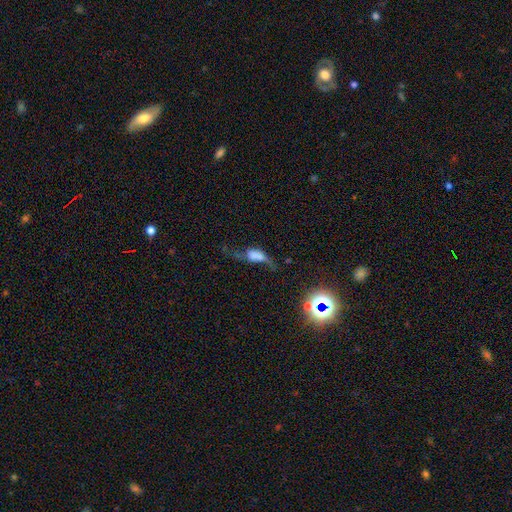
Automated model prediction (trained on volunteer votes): A featured or disk galaxy (44%).

Vote fractions:
- Smooth or featured? featured or disk: 44% / smooth: 41% / star or artifact: 15%
- Merging? major disturbance: 47% / none: 23% / minor disturbance: 18% / merger: 12%